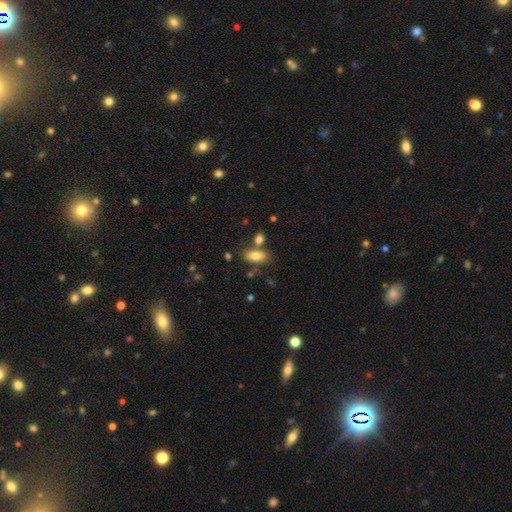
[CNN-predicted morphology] Overall: smooth (79%). How rounded: in between (88%). Merging: none (66%).